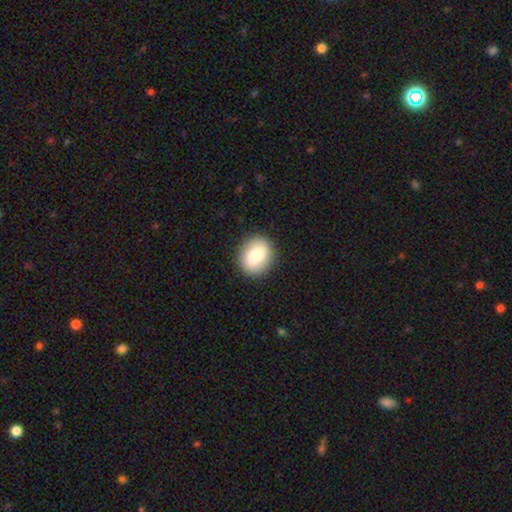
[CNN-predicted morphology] Overall: smooth (79%). How rounded: round (57%; in between 42%). Merging: none (85%).